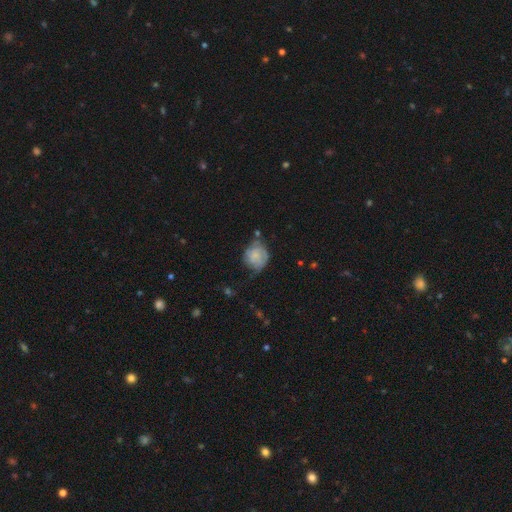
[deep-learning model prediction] Smooth or featured?
  - smooth: 49% *
  - featured or disk: 42%
  - star or artifact: 9%
Merging?
  - none: 45% *
  - minor disturbance: 33%
  - major disturbance: 17%
  - merger: 5%